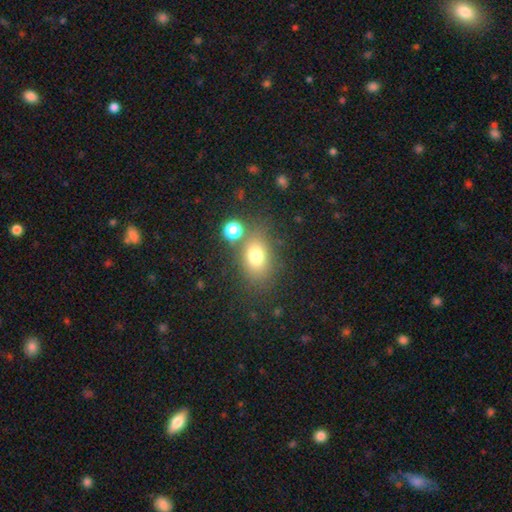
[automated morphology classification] The model was most divided on "how rounded": in between: 71%, round: 27%, cigar-shaped: 2%. More confident: smooth or featured — smooth (74%); merging — none (68%).